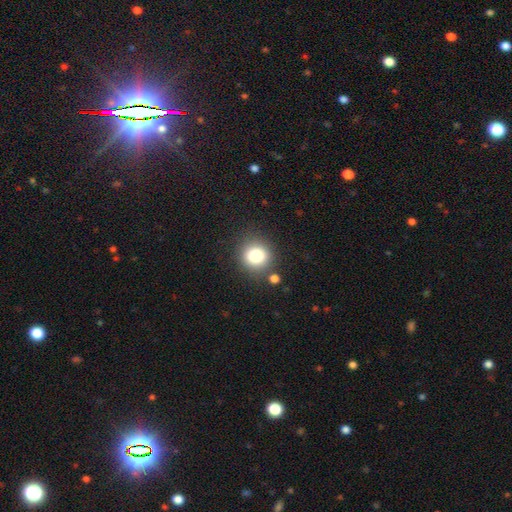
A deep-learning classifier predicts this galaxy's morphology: smooth 80%, star or artifact 12%, featured or disk 7%. Down the decision tree: how rounded — round (85%); merging — none (82%).